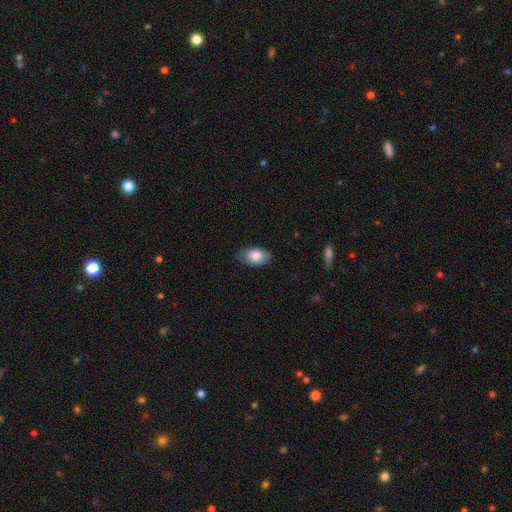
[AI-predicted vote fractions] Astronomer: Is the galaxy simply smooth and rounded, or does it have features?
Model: smooth — 84%.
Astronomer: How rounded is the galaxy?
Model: in between — 92%.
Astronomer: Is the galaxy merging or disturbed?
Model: none — 80%.